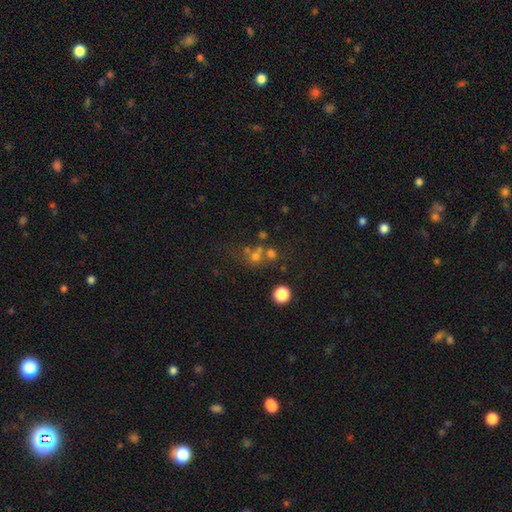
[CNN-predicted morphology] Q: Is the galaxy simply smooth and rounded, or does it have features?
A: smooth — 47%.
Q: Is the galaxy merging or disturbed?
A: none — 47%.